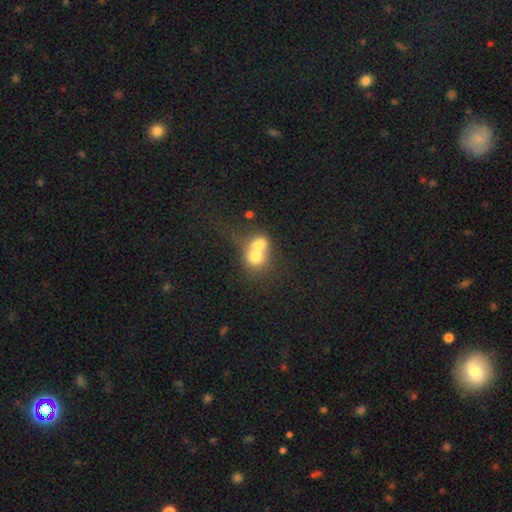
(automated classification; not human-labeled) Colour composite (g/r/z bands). It shows a smooth galaxy with no disk features (68%) that is round (69%). Merging: merger (75%).